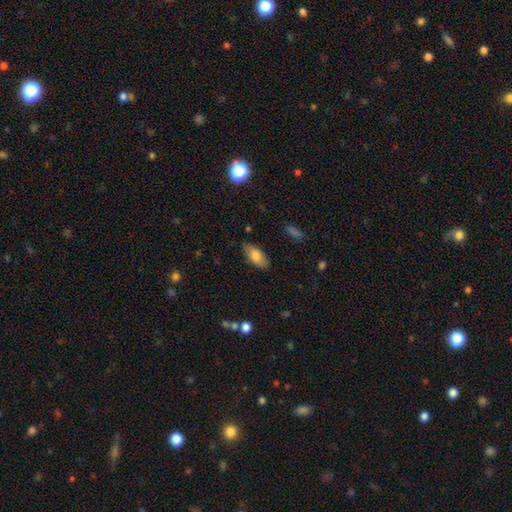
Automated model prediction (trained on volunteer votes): The model was most divided on "smooth or featured": smooth: 78%, featured or disk: 15%, star or artifact: 7%. More confident: how rounded — in between (90%); merging — none (83%).